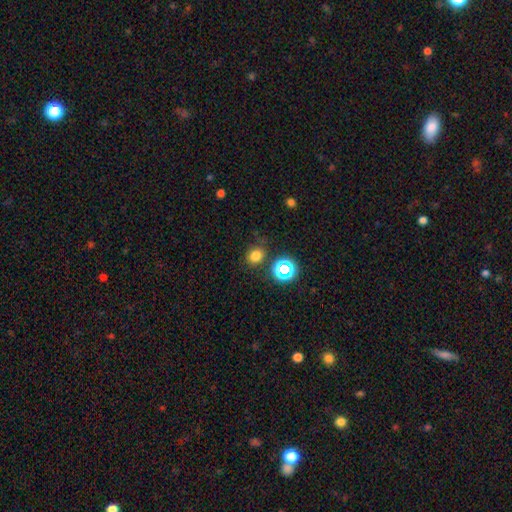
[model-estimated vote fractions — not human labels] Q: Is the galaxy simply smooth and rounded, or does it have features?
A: smooth — 74%.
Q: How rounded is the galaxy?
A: round — 72%.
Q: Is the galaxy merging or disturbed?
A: none — 80%.